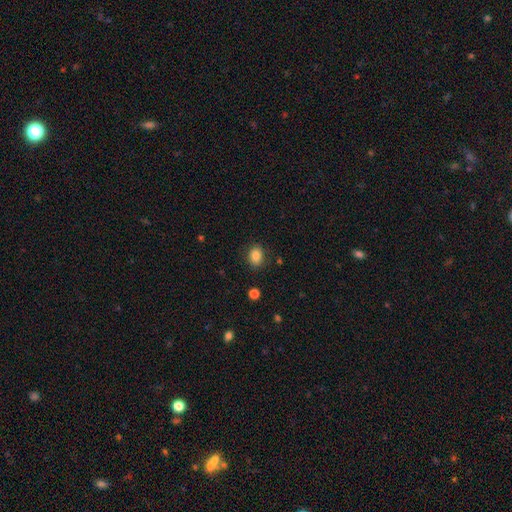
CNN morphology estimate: Smooth or featured?
  - smooth: 85% *
  - star or artifact: 10%
  - featured or disk: 6%
How rounded?
  - in between: 61% *
  - round: 38%
  - cigar-shaped: 1%
Merging?
  - none: 86% *
  - minor disturbance: 10%
  - major disturbance: 3%
  - merger: 2%